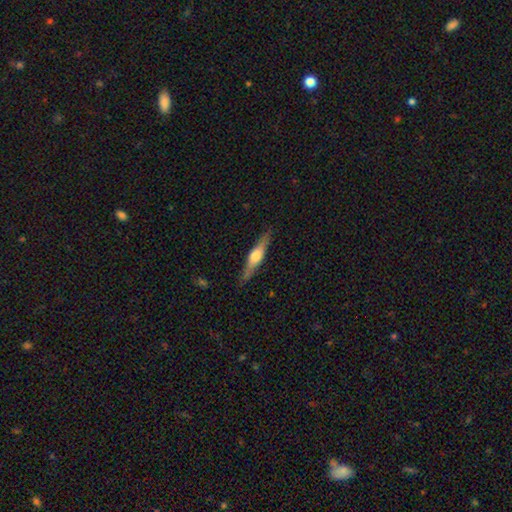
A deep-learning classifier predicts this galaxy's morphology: smooth_or_featured: featured or disk (p=0.59) [alt: smooth p=0.36]
disk_edge_on: yes (p=0.95) [alt: no p=0.05]
edge_on_bulge: rounded (p=0.88) [alt: boxy p=0.08]
merging: none (p=0.86) [alt: minor disturbance p=0.10]